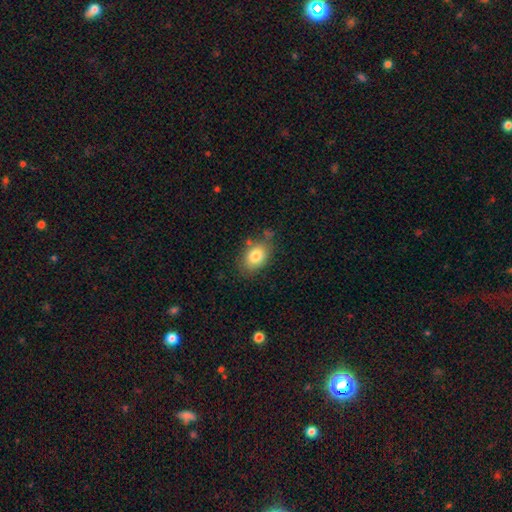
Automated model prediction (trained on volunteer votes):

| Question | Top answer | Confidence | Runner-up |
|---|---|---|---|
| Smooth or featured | smooth | 81% | featured or disk (10%) |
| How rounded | in between | 79% | round (20%) |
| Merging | none | 72% | minor disturbance (19%) |